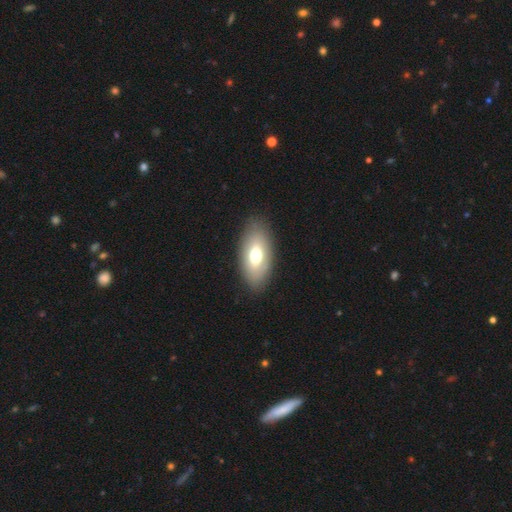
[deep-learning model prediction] This is likely a smooth galaxy (67%). How rounded: clearly in between (90%). Merging: clearly none (86%).